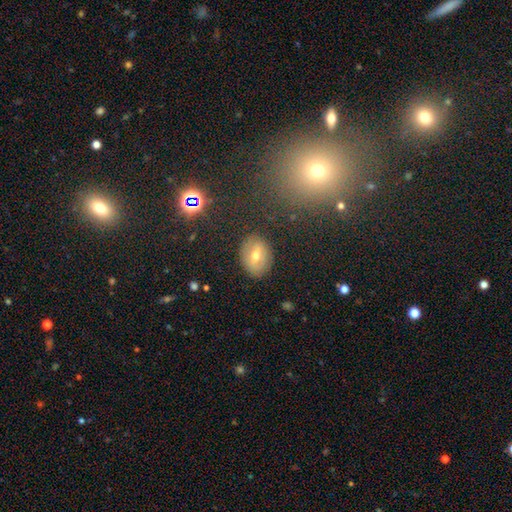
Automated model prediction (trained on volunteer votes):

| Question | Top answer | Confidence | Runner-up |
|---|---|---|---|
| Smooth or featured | smooth | 53% | featured or disk (36%) |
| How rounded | in between | 67% | round (31%) |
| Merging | none | 85% | minor disturbance (10%) |